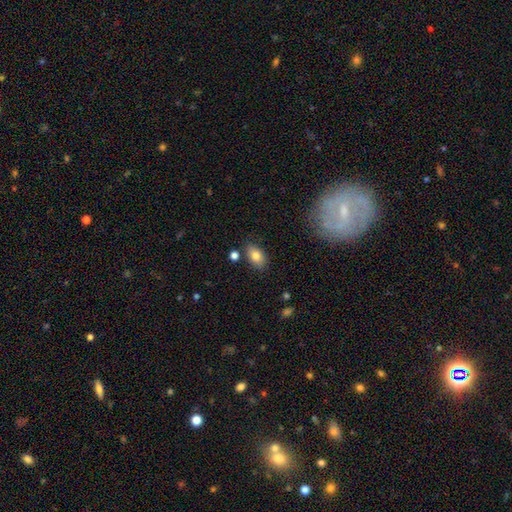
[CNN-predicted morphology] Smooth or featured?
  - smooth: 79% *
  - featured or disk: 12%
  - star or artifact: 8%
How rounded?
  - in between: 90% *
  - round: 8%
  - cigar-shaped: 2%
Merging?
  - none: 80% *
  - minor disturbance: 13%
  - merger: 4%
  - major disturbance: 3%